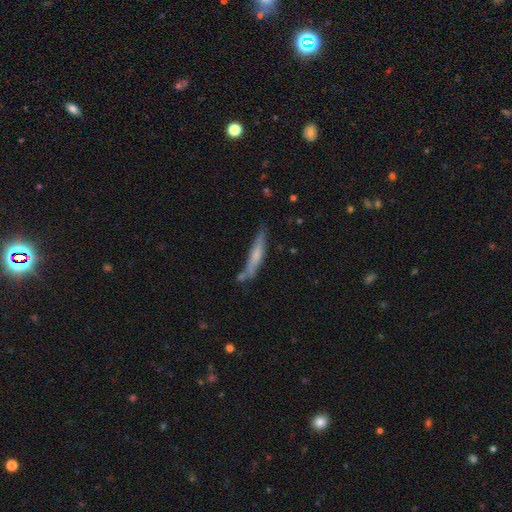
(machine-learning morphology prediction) This appears to be a smooth galaxy with no disk features (52%) that is cigar-shaped (92%). Merging: none (70%).